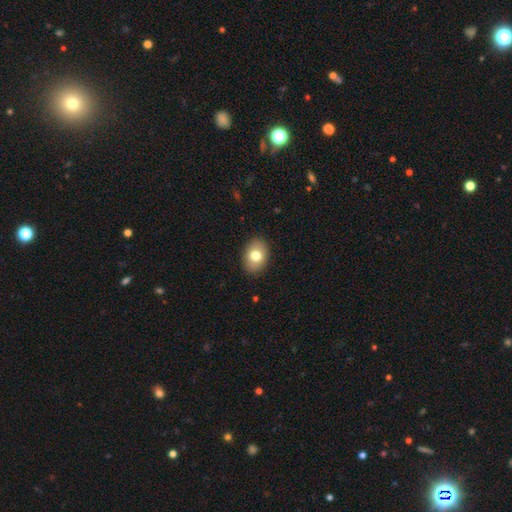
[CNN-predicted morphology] Smooth or featured?
  - smooth: 77% *
  - featured or disk: 15%
  - star or artifact: 8%
How rounded?
  - in between: 76% *
  - round: 23%
  - cigar-shaped: 1%
Merging?
  - none: 89% *
  - minor disturbance: 8%
  - major disturbance: 2%
  - merger: 1%